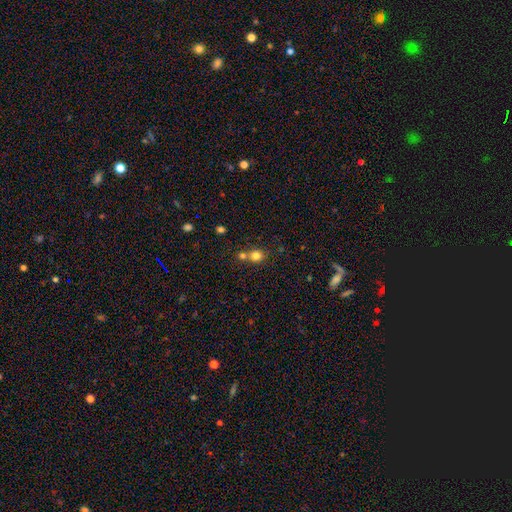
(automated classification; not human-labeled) Smooth or featured? Predicted: smooth (p=0.79). How rounded? Predicted: round (p=0.80). Merging? Predicted: none (p=0.48).